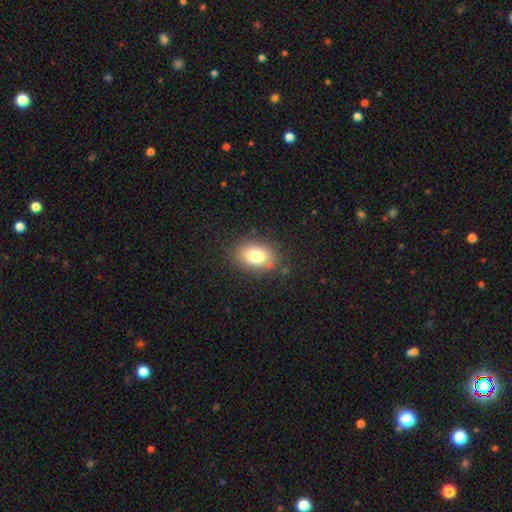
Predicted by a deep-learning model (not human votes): A smooth galaxy with no disk features (78%) that is in between round and cigar-shaped (72%). Merging: none (83%).